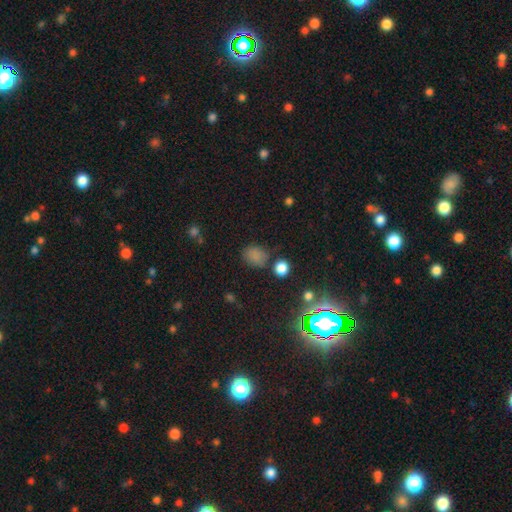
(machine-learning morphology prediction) This is likely a smooth galaxy (75%). How rounded: possibly round (50%). Merging: likely none (70%).